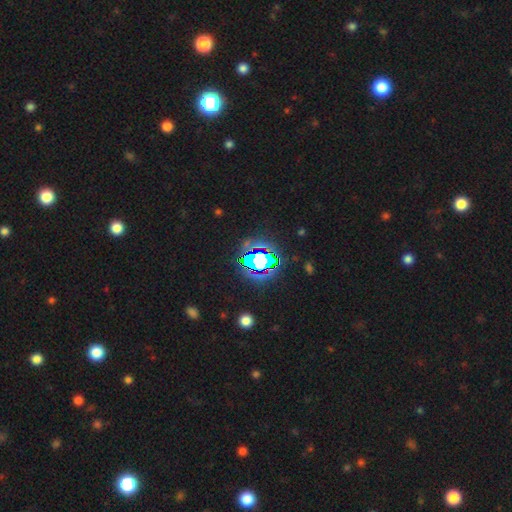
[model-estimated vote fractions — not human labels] A star or artifact, not a galaxy (80%).

Vote fractions:
- Smooth or featured? star or artifact: 80% / smooth: 12% / featured or disk: 8%